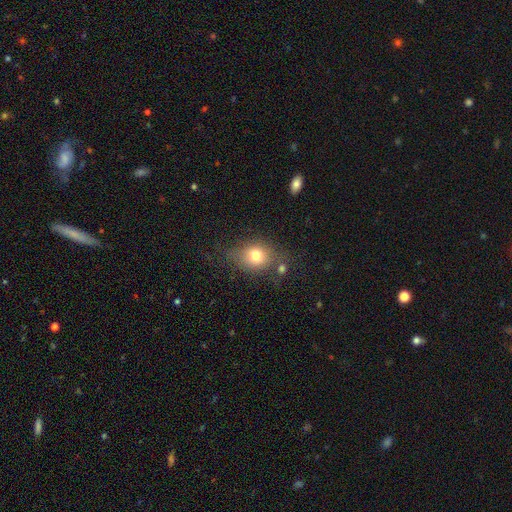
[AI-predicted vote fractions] This appears to be a smooth galaxy with no disk features (74%) that is round (54%). Merging: none (59%).